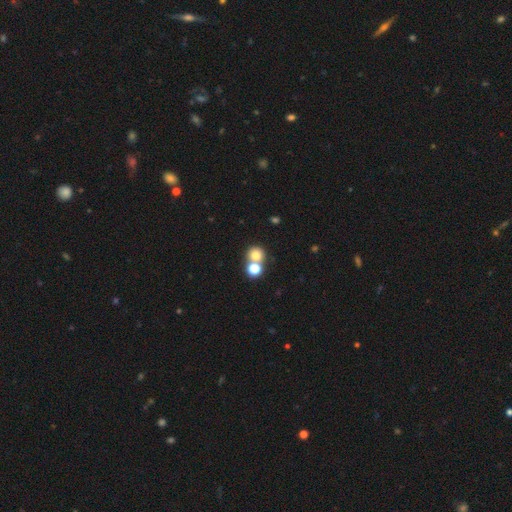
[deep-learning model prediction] smooth-or-featured: smooth: 75% | star or artifact: 15% | featured or disk: 10%
  how-rounded: round: 85% | in between: 14% | cigar-shaped: 1%
  merging: none: 50% | merger: 41% | minor disturbance: 6% | major disturbance: 3%